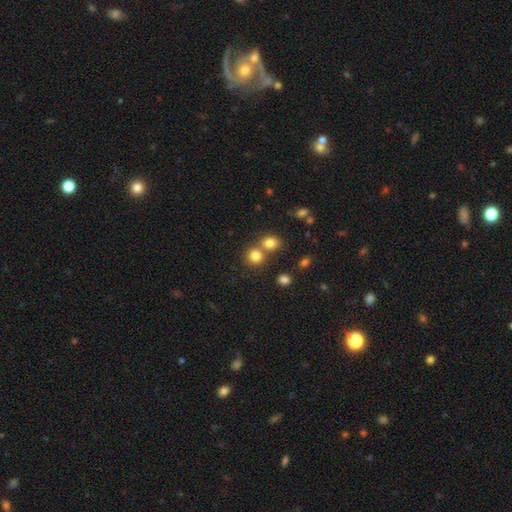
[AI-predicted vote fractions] The model was most divided on "merging": none: 57%, merger: 34%, minor disturbance: 7%, major disturbance: 3%. More confident: how rounded — round (85%); smooth or featured — smooth (80%).